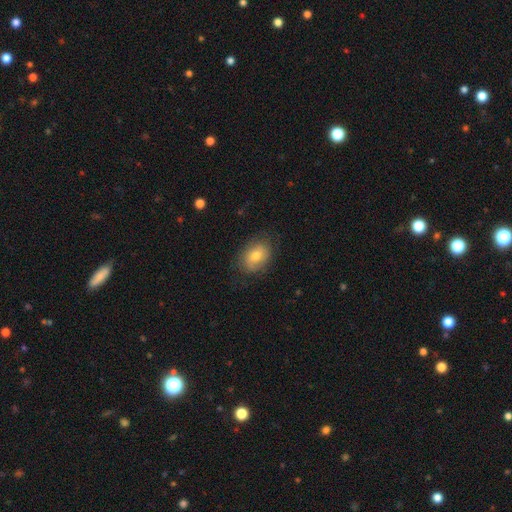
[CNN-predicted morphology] Smooth or featured? Predicted: smooth (p=0.71). How rounded? Predicted: in between (p=0.69). Merging? Predicted: none (p=0.78).